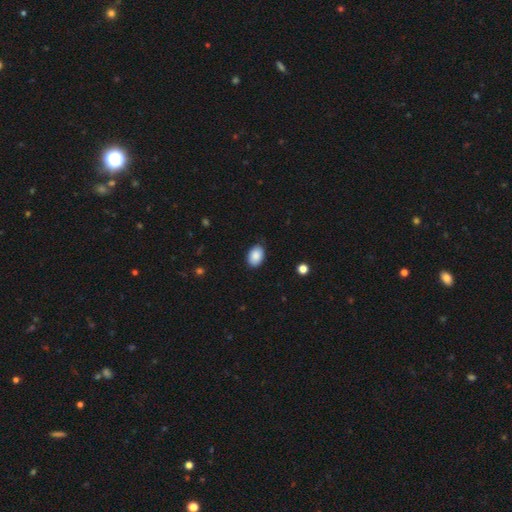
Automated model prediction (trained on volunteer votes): Smooth or featured: smooth — 88% (star or artifact — 7%)
How rounded: in between — 83% (round — 16%)
Merging: none — 83% (minor disturbance — 14%)